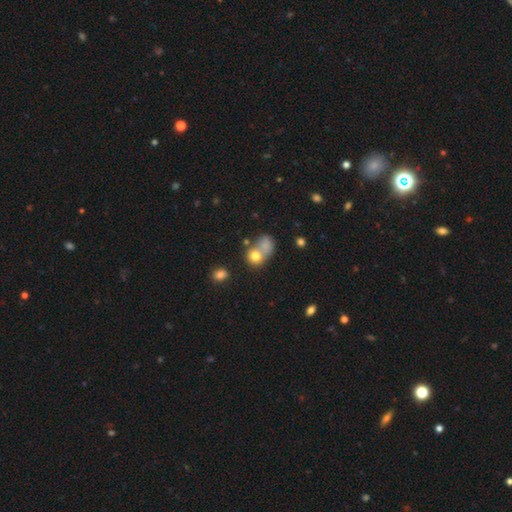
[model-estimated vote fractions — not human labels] Smooth or featured? Predicted: smooth (p=0.76). How rounded? Predicted: round (p=0.68). Merging? Predicted: merger (p=0.52).